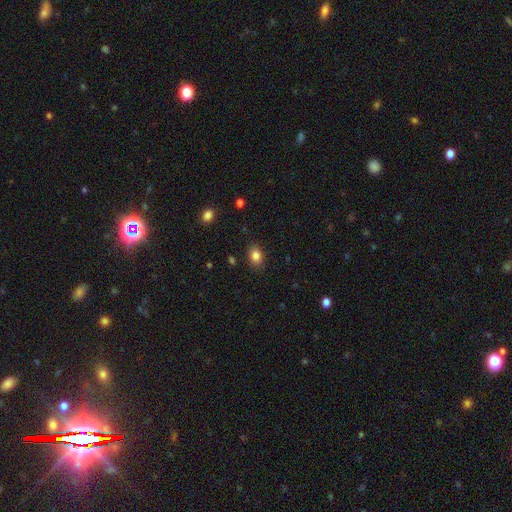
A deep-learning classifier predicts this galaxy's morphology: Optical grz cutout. It shows a smooth galaxy with no disk features (84%) that is in between round and cigar-shaped (69%). Merging: none (85%).